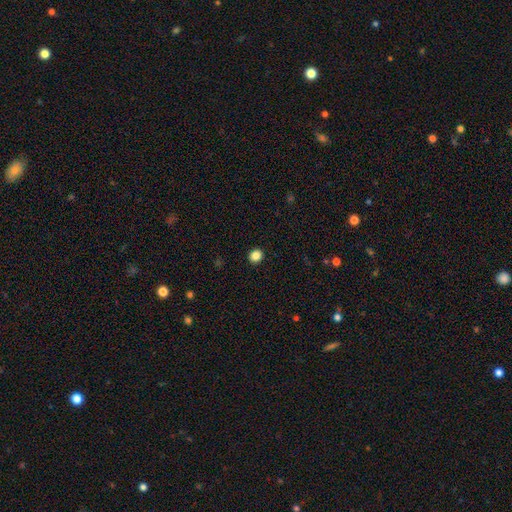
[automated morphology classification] The model was most divided on "how rounded": round: 84%, in between: 15%, cigar-shaped: 1%. More confident: merging — none (93%); smooth or featured — smooth (86%).